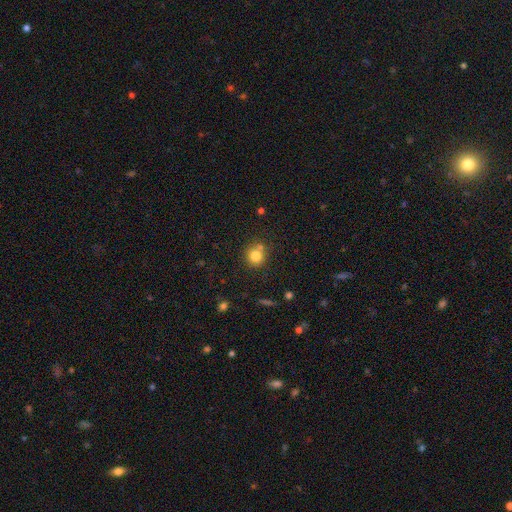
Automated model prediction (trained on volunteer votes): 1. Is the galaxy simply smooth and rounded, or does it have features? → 79% smooth, 12% star or artifact, 8% featured or disk.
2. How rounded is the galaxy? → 90% round, 9% in between, 1% cigar-shaped.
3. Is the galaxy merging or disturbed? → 67% none, 19% merger, 11% minor disturbance, 3% major disturbance.